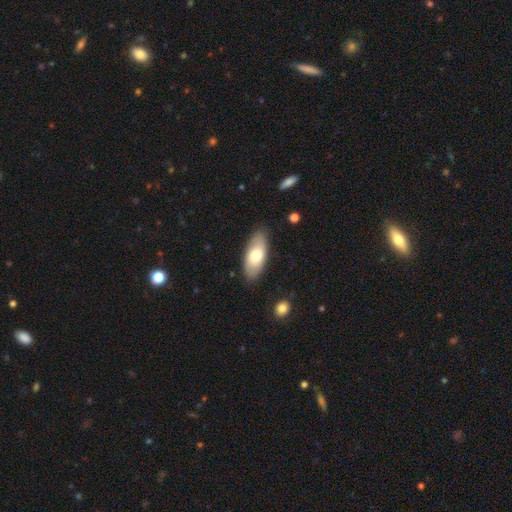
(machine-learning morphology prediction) The model was most divided on "smooth or featured": smooth: 71%, featured or disk: 23%, star or artifact: 6%. More confident: how rounded — in between (87%); merging — none (84%).